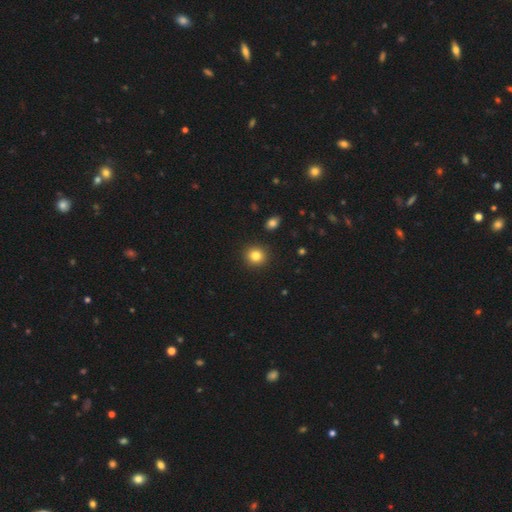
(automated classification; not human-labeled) Smooth or featured: smooth — 83% (star or artifact — 11%)
How rounded: round — 90% (in between — 9%)
Merging: none — 91% (minor disturbance — 5%)